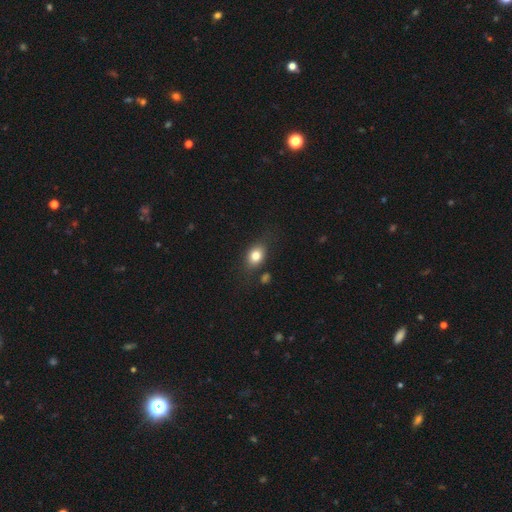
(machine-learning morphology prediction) A smooth galaxy with no disk features (80%) that is in between round and cigar-shaped (65%).

Vote fractions:
- Smooth or featured? smooth: 80% / featured or disk: 11% / star or artifact: 9%
- How rounded? in between: 65% / round: 33% / cigar-shaped: 2%
- Merging? none: 73% / minor disturbance: 17% / major disturbance: 6% / merger: 4%